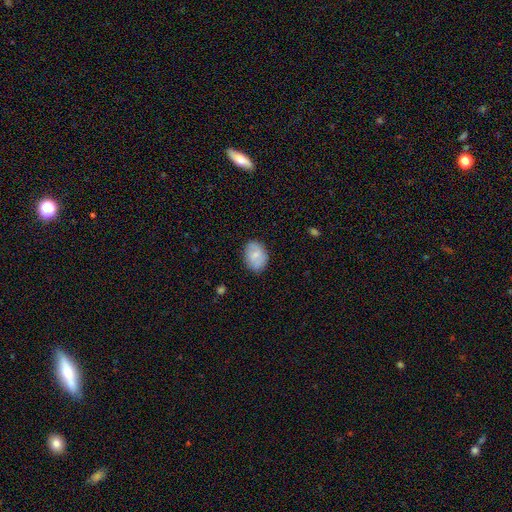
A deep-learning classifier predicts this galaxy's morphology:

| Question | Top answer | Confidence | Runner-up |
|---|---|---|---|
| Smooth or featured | smooth | 69% | featured or disk (24%) |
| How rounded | in between | 75% | round (24%) |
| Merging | none | 81% | minor disturbance (14%) |